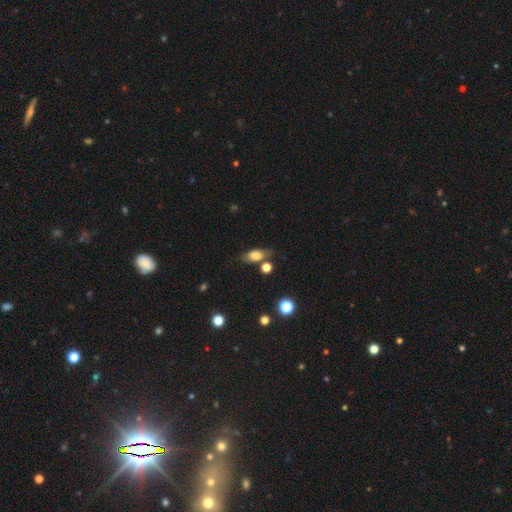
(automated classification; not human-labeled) The model was most divided on "merging": none: 62%, minor disturbance: 21%, merger: 9%, major disturbance: 8%. More confident: how rounded — in between (78%); smooth or featured — smooth (69%).